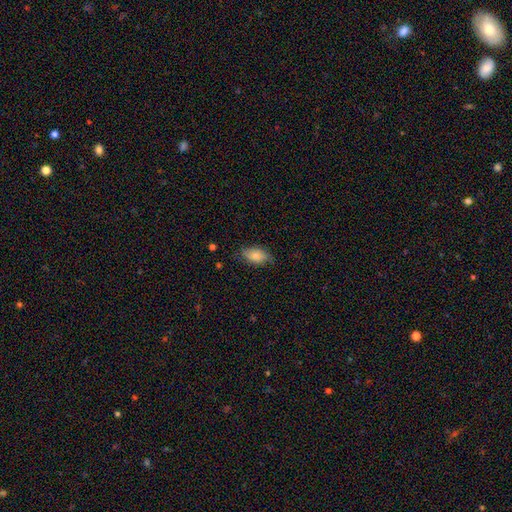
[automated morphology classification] The model was most divided on "merging": none: 69%, minor disturbance: 24%, major disturbance: 6%, merger: 1%. More confident: how rounded — in between (92%); smooth or featured — smooth (76%).